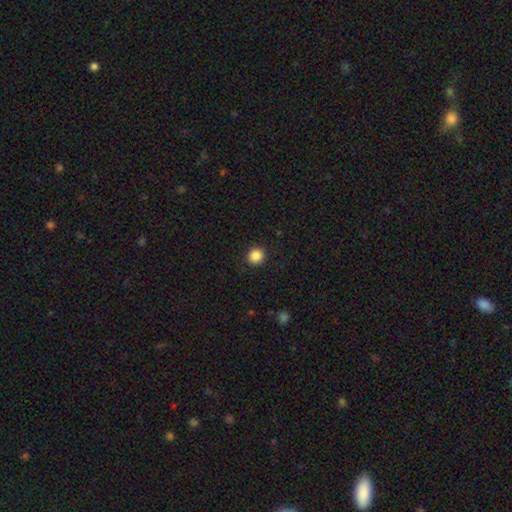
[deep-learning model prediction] Smooth or featured?
  - smooth: 87% *
  - star or artifact: 10%
  - featured or disk: 3%
How rounded?
  - round: 90% *
  - in between: 9%
  - cigar-shaped: 1%
Merging?
  - none: 92% *
  - minor disturbance: 5%
  - major disturbance: 2%
  - merger: 1%